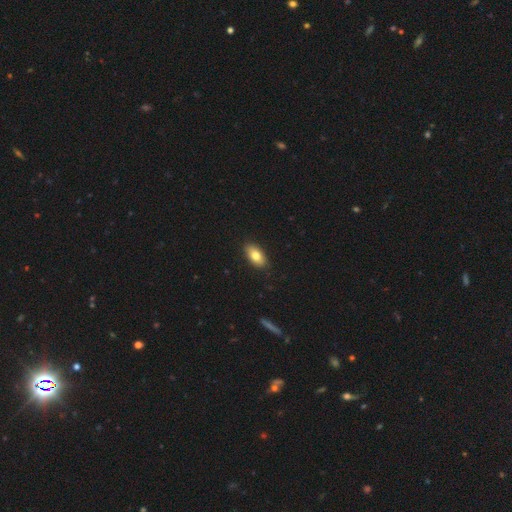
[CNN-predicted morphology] type=smooth (79%); roundness=in between (91%); merging=none (89%).